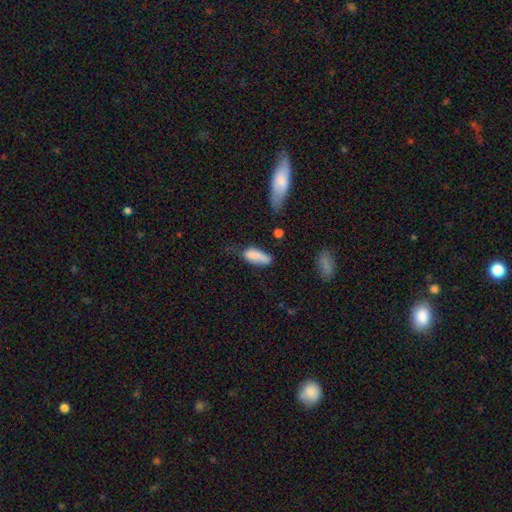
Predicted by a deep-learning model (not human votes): This appears to be a smooth galaxy with no disk features (81%) that is in between round and cigar-shaped (72%). Merging: none (41%).